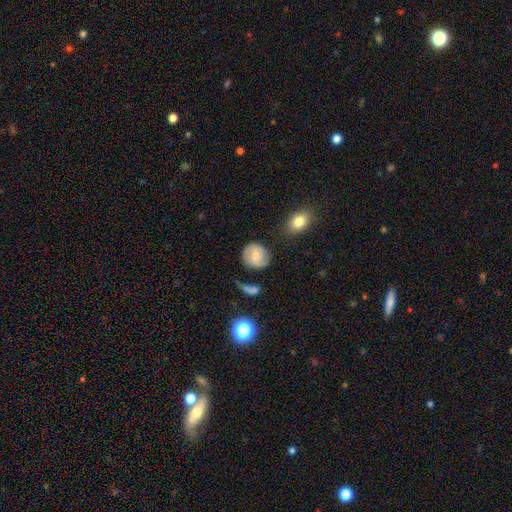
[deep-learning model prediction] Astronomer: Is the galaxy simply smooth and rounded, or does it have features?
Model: smooth — 64%.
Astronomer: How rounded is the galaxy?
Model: round — 80%.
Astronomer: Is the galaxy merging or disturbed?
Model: none — 66%.